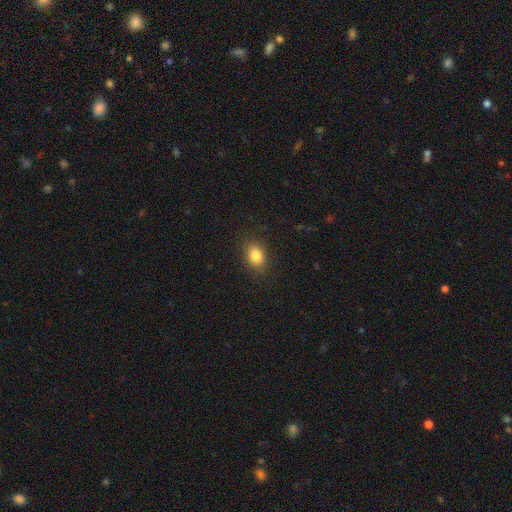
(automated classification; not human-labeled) Smooth or featured: smooth — 84% (star or artifact — 10%)
How rounded: in between — 72% (round — 26%)
Merging: none — 86% (minor disturbance — 10%)